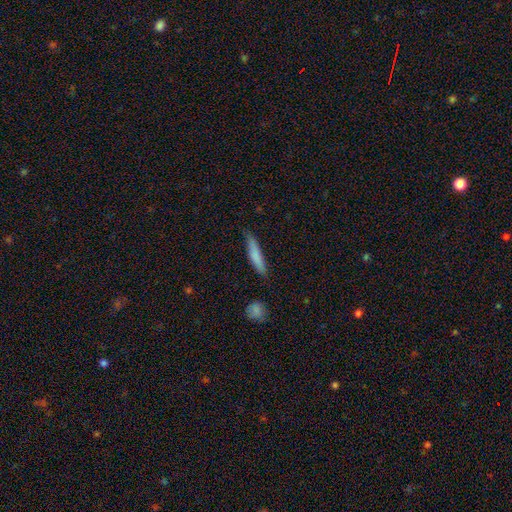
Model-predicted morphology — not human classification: Smooth or featured? smooth (77%)
How rounded? cigar-shaped (87%)
Merging? none (77%)